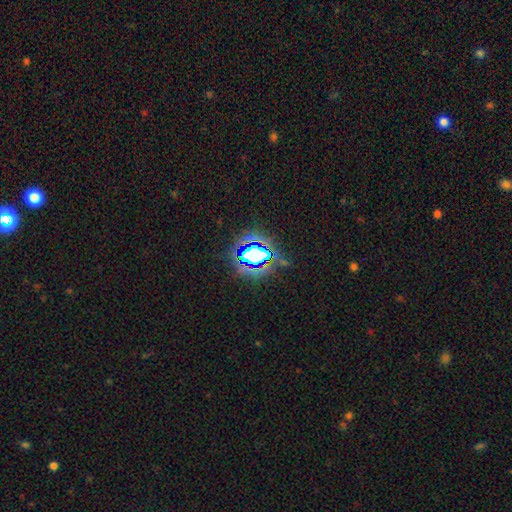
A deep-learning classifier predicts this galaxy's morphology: smooth_or_featured: star or artifact (p=0.66) [alt: smooth p=0.20]